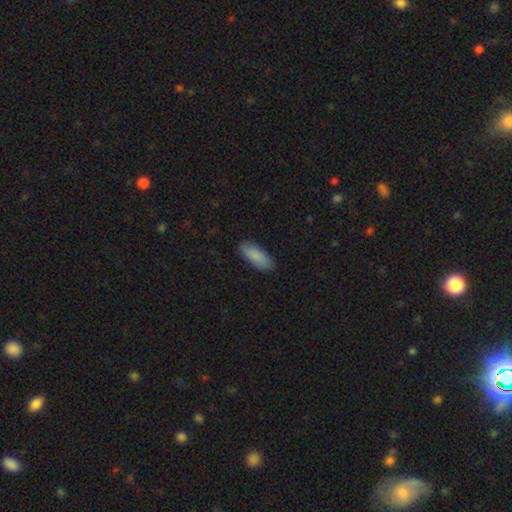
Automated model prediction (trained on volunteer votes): smooth_or_featured: smooth (p=0.88) [alt: featured or disk p=0.07]
how_rounded: in between (p=0.72) [alt: cigar-shaped p=0.26]
merging: none (p=0.86) [alt: minor disturbance p=0.11]